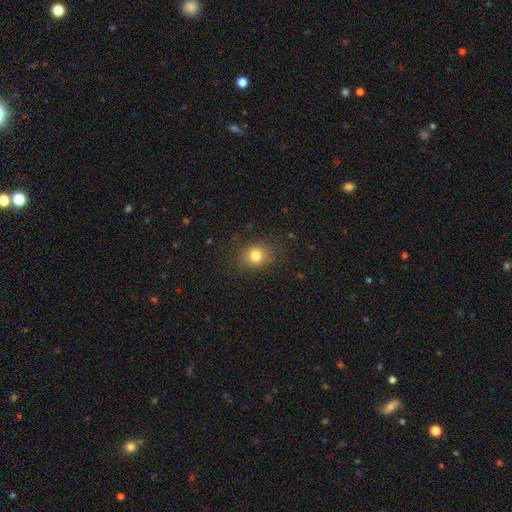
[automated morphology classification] Smooth or featured?
  - smooth: 80% *
  - star or artifact: 13%
  - featured or disk: 8%
How rounded?
  - round: 72% *
  - in between: 27%
  - cigar-shaped: 1%
Merging?
  - none: 84% *
  - minor disturbance: 11%
  - major disturbance: 4%
  - merger: 1%